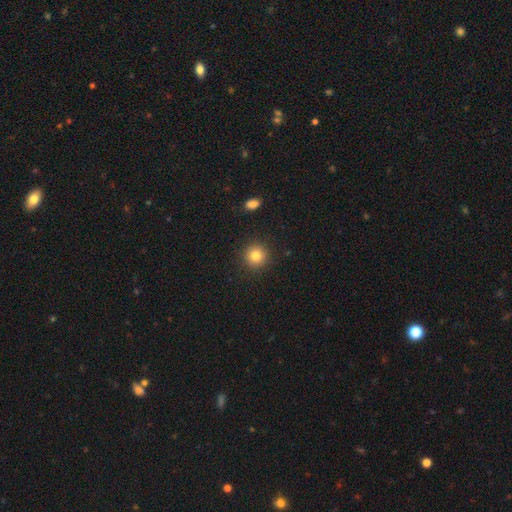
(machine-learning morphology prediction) Smooth or featured?
  - smooth: 81% *
  - star or artifact: 11%
  - featured or disk: 7%
How rounded?
  - round: 94% *
  - in between: 5%
  - cigar-shaped: 1%
Merging?
  - none: 91% *
  - minor disturbance: 5%
  - major disturbance: 2%
  - merger: 1%